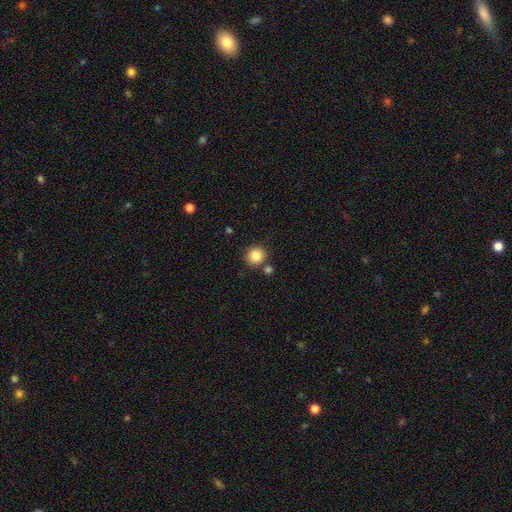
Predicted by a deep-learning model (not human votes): smooth 85%, star or artifact 10%, featured or disk 5%. Down the decision tree: how rounded — round (91%); merging — none (79%).